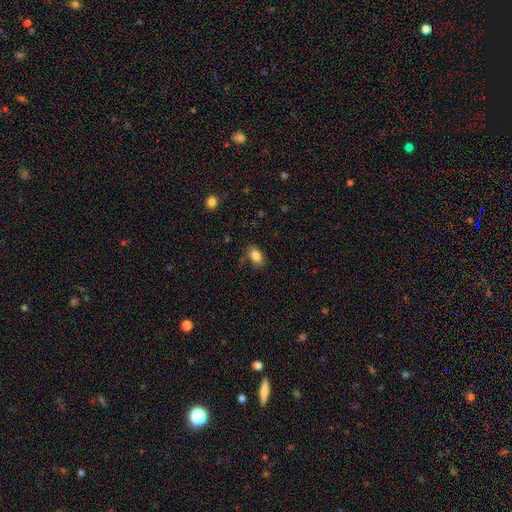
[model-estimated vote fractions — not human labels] A smooth galaxy with no disk features (84%) that is in between round and cigar-shaped (87%).

Vote fractions:
- Smooth or featured? smooth: 84% / star or artifact: 9% / featured or disk: 8%
- How rounded? in between: 87% / round: 11% / cigar-shaped: 2%
- Merging? none: 77% / minor disturbance: 17% / major disturbance: 5% / merger: 2%